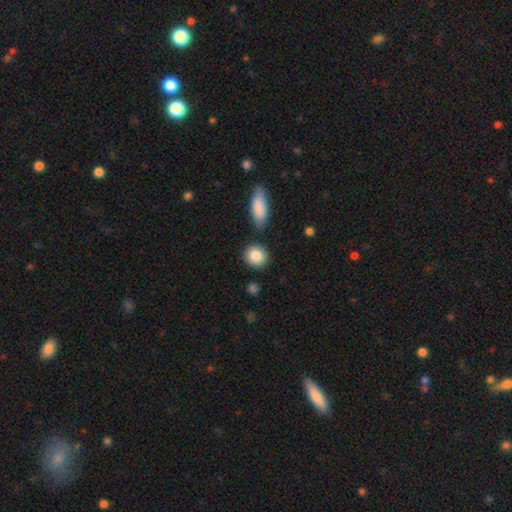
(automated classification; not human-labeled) Smooth or featured?
  - smooth: 87% *
  - star or artifact: 7%
  - featured or disk: 6%
How rounded?
  - round: 80% *
  - in between: 19%
  - cigar-shaped: 2%
Merging?
  - none: 83% *
  - minor disturbance: 8%
  - merger: 6%
  - major disturbance: 2%